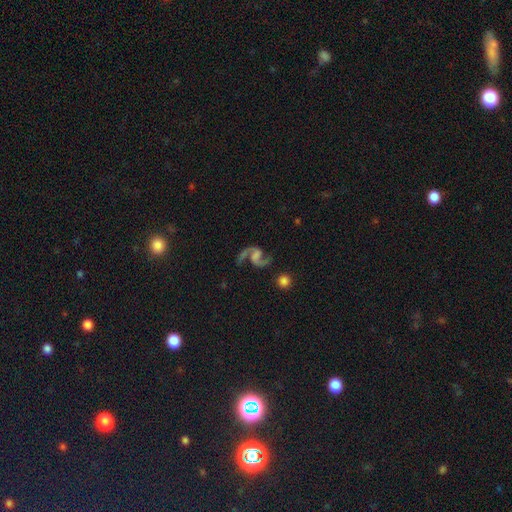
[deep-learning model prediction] Smooth or featured: featured or disk — 90% (star or artifact — 6%)
Edge-on disk: no — 98% (yes — 2%)
Bar: weak — 42% (no — 38%)
Spiral arms: yes — 98% (no — 2%)
Spiral winding: loose — 55% (medium — 39%)
Spiral arm count: 2 — 94% (1 — 2%)
Bulge size: none — 54% (small — 19%)
Merging: none — 73% (minor disturbance — 14%)